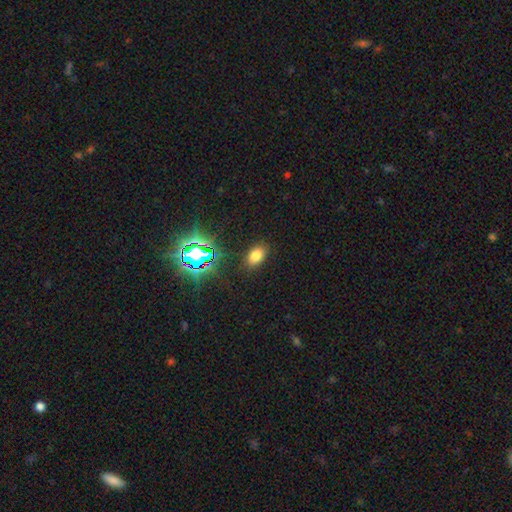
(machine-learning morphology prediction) smooth_or_featured: smooth (p=0.71) [alt: star or artifact p=0.21]
how_rounded: in between (p=0.86) [alt: round p=0.12]
merging: none (p=0.87) [alt: minor disturbance p=0.09]